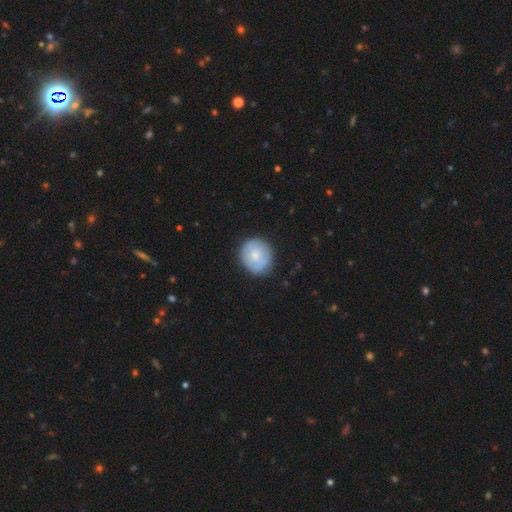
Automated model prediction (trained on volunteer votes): A smooth galaxy with no disk features (67%) that is round (87%). Merging: none (80%).